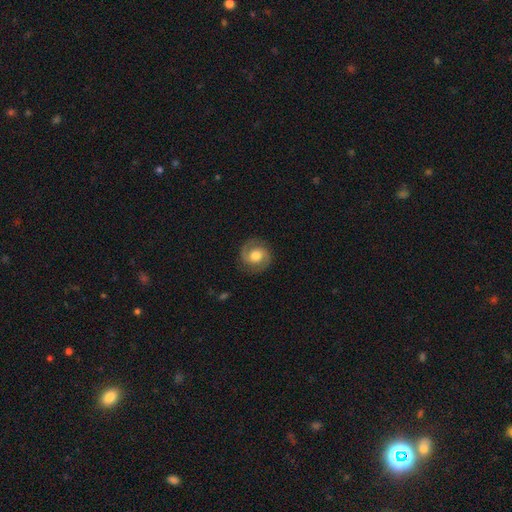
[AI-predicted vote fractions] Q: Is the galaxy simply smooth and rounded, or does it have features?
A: featured or disk — 77%.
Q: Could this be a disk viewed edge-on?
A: no — 98%.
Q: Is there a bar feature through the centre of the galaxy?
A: no — 54%.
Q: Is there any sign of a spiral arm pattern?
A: yes — 94%.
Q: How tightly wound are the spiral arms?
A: medium — 51%.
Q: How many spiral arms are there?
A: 2 — 92%.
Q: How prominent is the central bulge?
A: moderate — 70%.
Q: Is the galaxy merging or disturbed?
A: none — 86%.